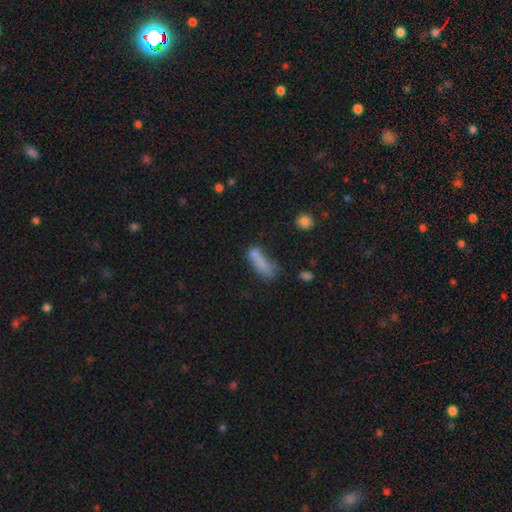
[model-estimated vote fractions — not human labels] smooth-or-featured: smooth: 71% | featured or disk: 16% | star or artifact: 12%
  how-rounded: cigar-shaped: 54% | in between: 42% | round: 4%
  merging: none: 37% | minor disturbance: 23% | merger: 21% | major disturbance: 19%